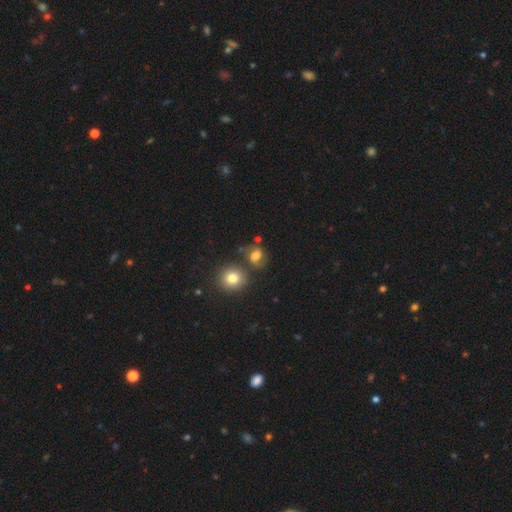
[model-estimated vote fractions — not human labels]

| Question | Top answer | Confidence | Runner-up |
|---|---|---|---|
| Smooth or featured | smooth | 60% | featured or disk (24%) |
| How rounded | round | 56% | in between (43%) |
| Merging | none | 58% | minor disturbance (18%) |